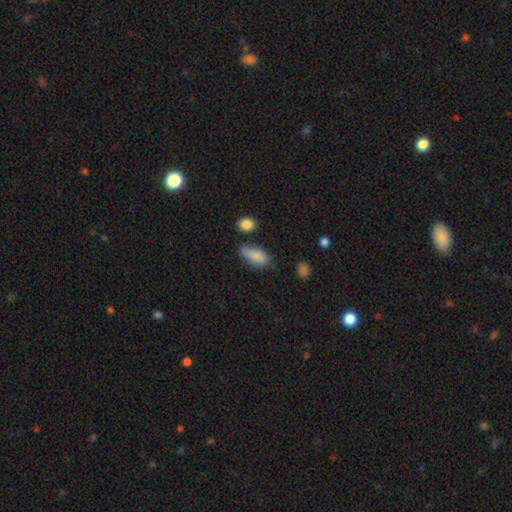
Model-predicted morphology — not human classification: Smooth or featured? Predicted: smooth (p=0.84). How rounded? Predicted: in between (p=0.84). Merging? Predicted: none (p=0.55).